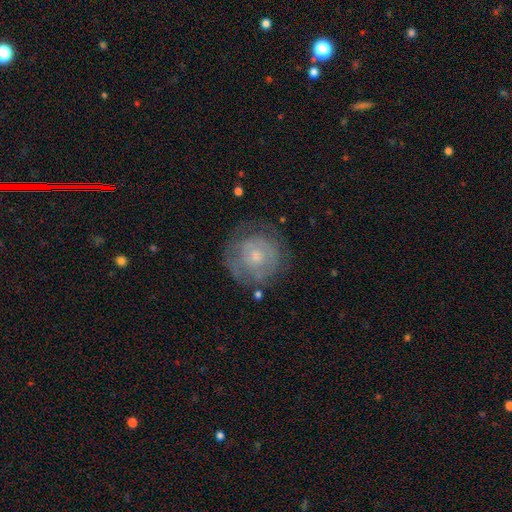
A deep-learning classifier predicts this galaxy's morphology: Smooth or featured? featured or disk (56%)
Edge-on disk? no (97%)
Bar? no (82%)
Spiral arms? yes (58%)
Bulge size? moderate (48%)
Merging? none (72%)